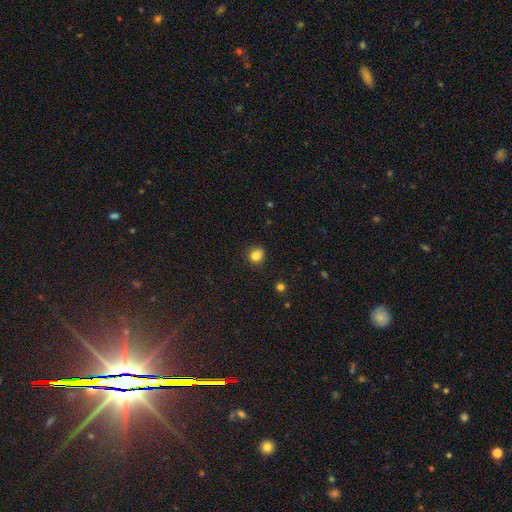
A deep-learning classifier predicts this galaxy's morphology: A smooth galaxy with no disk features (82%) that is round (80%).

Vote fractions:
- Smooth or featured? smooth: 82% / star or artifact: 12% / featured or disk: 5%
- How rounded? round: 80% / in between: 19% / cigar-shaped: 1%
- Merging? none: 78% / minor disturbance: 17% / major disturbance: 4% / merger: 1%